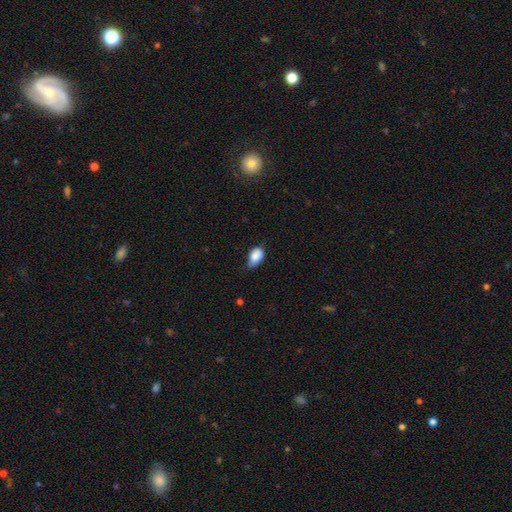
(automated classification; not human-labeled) A smooth galaxy with no disk features (86%) that is in between round and cigar-shaped (89%).

Vote fractions:
- Smooth or featured? smooth: 86% / star or artifact: 7% / featured or disk: 7%
- How rounded? in between: 89% / round: 10% / cigar-shaped: 2%
- Merging? none: 47% / minor disturbance: 43% / major disturbance: 8% / merger: 2%